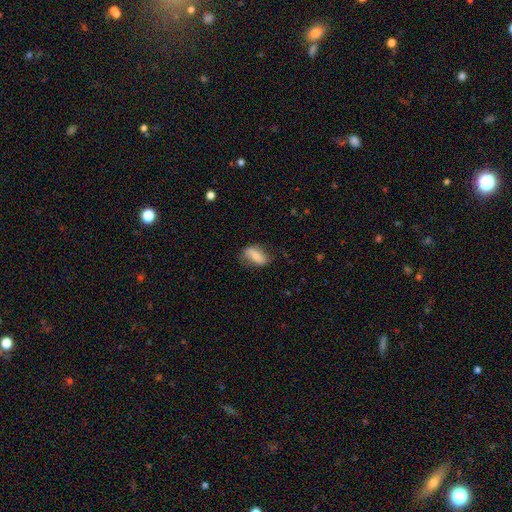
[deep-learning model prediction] This appears to be a smooth galaxy with no disk features (66%) that is in between round and cigar-shaped (86%). Merging: none (61%).